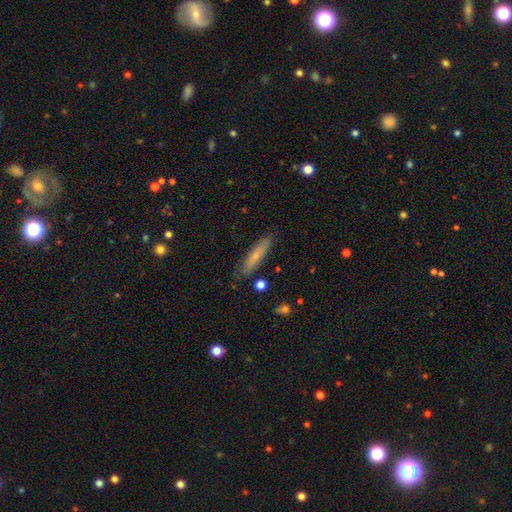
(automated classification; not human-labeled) The model was most divided on "smooth or featured": smooth: 67%, featured or disk: 26%, star or artifact: 7%. More confident: how rounded — cigar-shaped (84%); merging — none (84%).